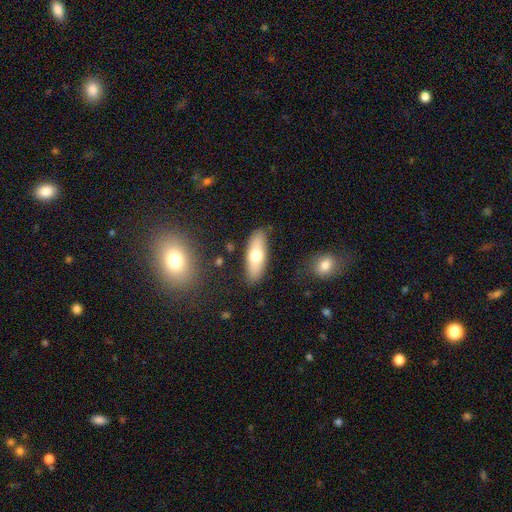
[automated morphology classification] Smooth or featured? Predicted: smooth (p=0.66). How rounded? Predicted: in between (p=0.70). Merging? Predicted: none (p=0.85).